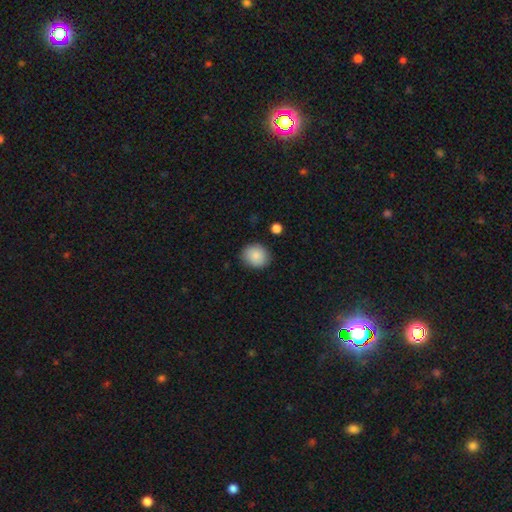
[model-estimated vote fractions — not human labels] Smooth or featured? smooth (88%)
How rounded? round (75%)
Merging? none (85%)